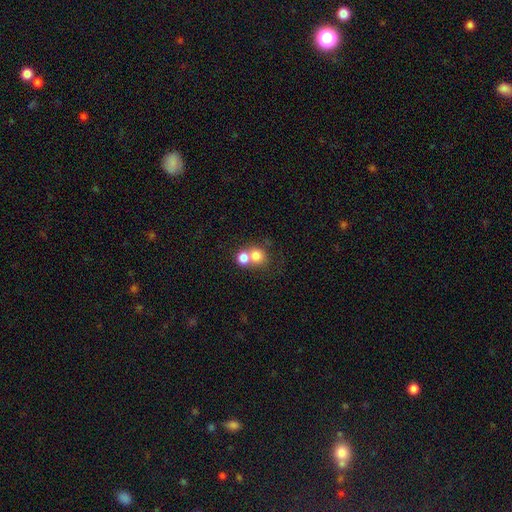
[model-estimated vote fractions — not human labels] smooth 75%, featured or disk 13%, star or artifact 11%. Down the decision tree: how rounded — round (81%); merging — merger (56%).